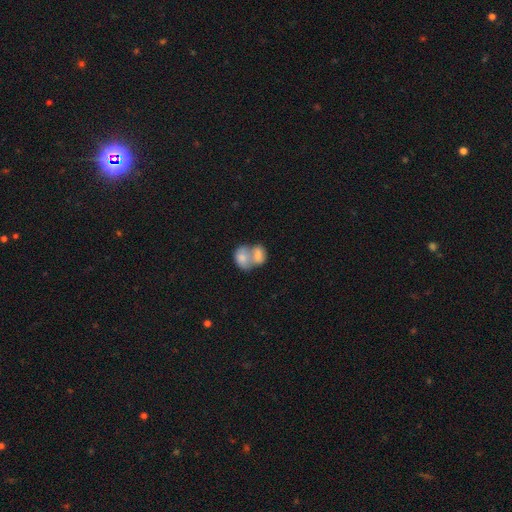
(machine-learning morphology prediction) type=smooth (75%); roundness=in between (70%); merging=merger (78%).